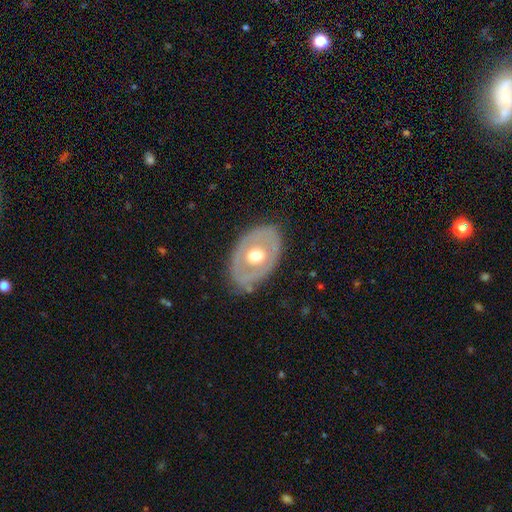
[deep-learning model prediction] Smooth or featured: featured or disk — 56% (smooth — 39%)
Edge-on disk: no — 90% (yes — 10%)
Bar: no — 86% (weak — 10%)
Spiral arms: no — 90% (yes — 10%)
Bulge size: moderate — 72% (large — 16%)
Merging: none — 75% (minor disturbance — 17%)